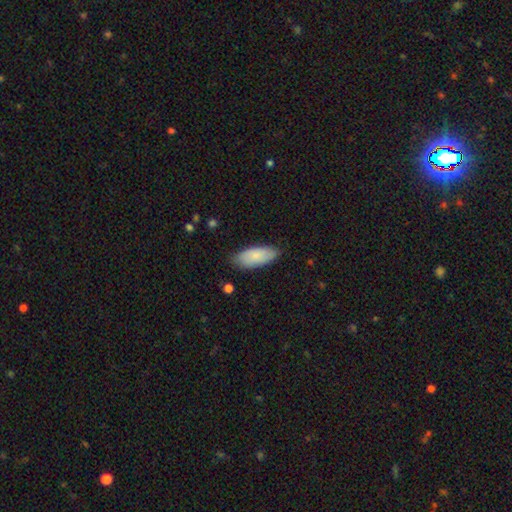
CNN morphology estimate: smooth 80%, featured or disk 14%, star or artifact 6%. Down the decision tree: how rounded — in between (85%); merging — none (79%).